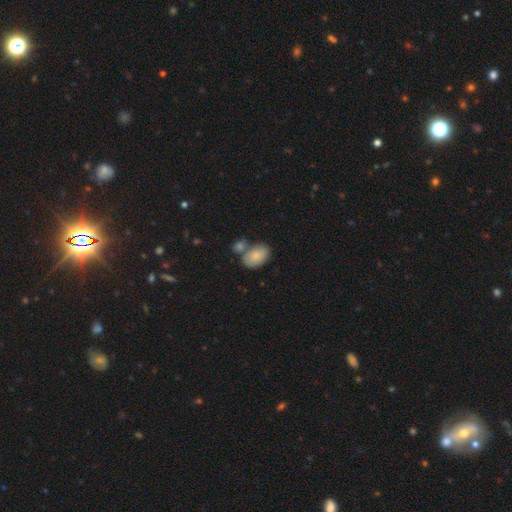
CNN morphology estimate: smooth 82%, featured or disk 11%, star or artifact 6%. Down the decision tree: how rounded — in between (90%); merging — none (49%).